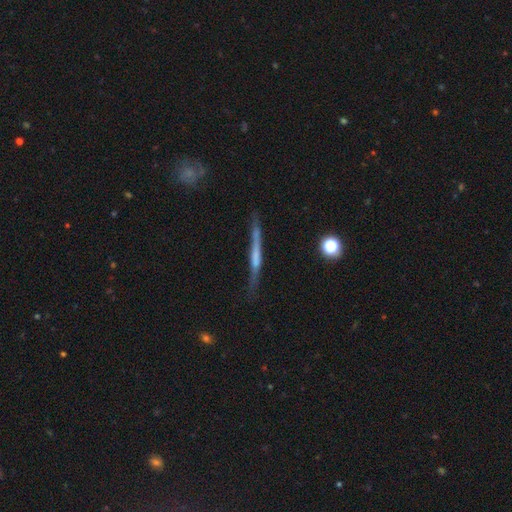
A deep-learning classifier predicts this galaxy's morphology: Smooth or featured?
  - featured or disk: 59% *
  - smooth: 34%
  - star or artifact: 8%
Edge-on disk?
  - yes: 95% *
  - no: 5%
Edge-on bulge?
  - none: 61% *
  - rounded: 21%
  - boxy: 18%
Merging?
  - none: 78% *
  - minor disturbance: 15%
  - major disturbance: 5%
  - merger: 3%